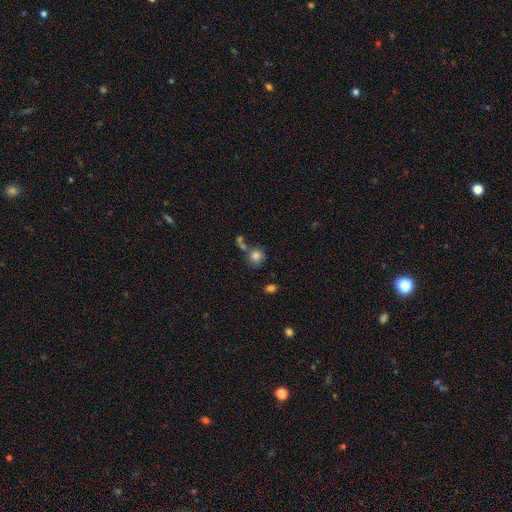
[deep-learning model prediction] A smooth galaxy with no disk features (81%) that is round (87%).

Vote fractions:
- Smooth or featured? smooth: 81% / star or artifact: 11% / featured or disk: 8%
- How rounded? round: 87% / in between: 11% / cigar-shaped: 1%
- Merging? none: 57% / merger: 23% / minor disturbance: 14% / major disturbance: 6%